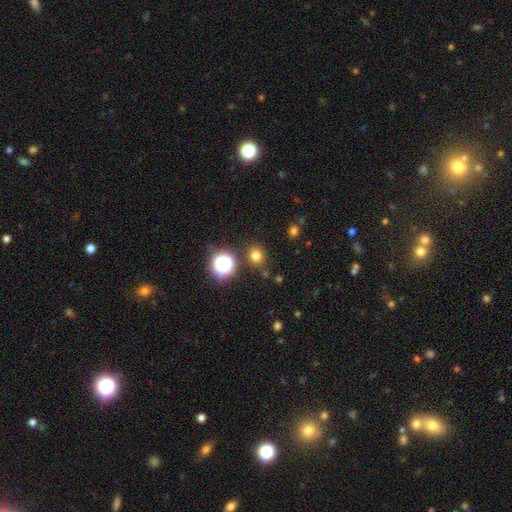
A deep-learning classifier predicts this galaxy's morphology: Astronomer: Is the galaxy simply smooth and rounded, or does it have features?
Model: smooth — 73%.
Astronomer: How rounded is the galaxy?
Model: round — 83%.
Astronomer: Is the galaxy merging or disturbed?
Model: none — 85%.